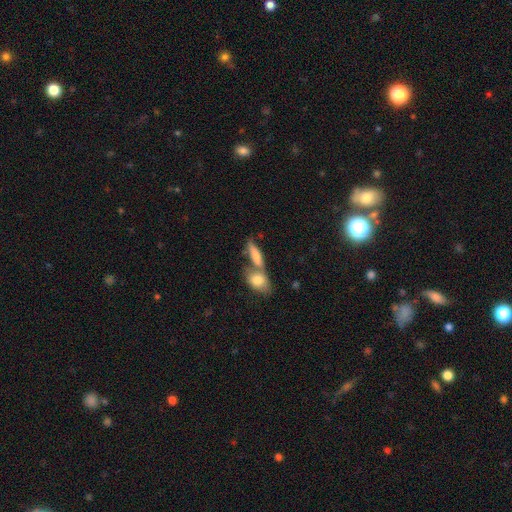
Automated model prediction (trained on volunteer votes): Overall: smooth (73%). How rounded: in between (60%; cigar-shaped 35%). Merging: merger (49%; none 37%).